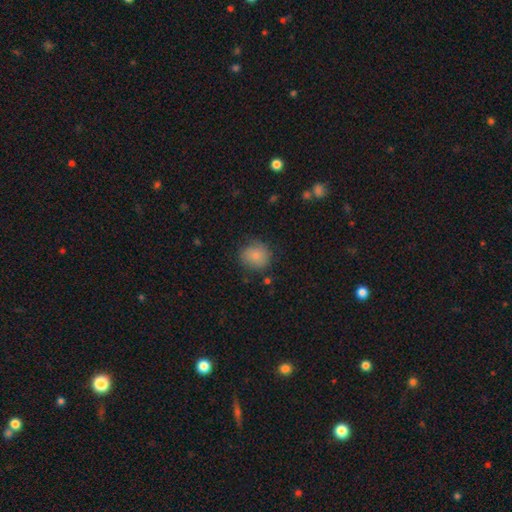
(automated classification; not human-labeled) Smooth or featured?
  - smooth: 82% *
  - star or artifact: 9%
  - featured or disk: 9%
How rounded?
  - round: 85% *
  - in between: 14%
  - cigar-shaped: 1%
Merging?
  - none: 76% *
  - minor disturbance: 18%
  - major disturbance: 5%
  - merger: 2%